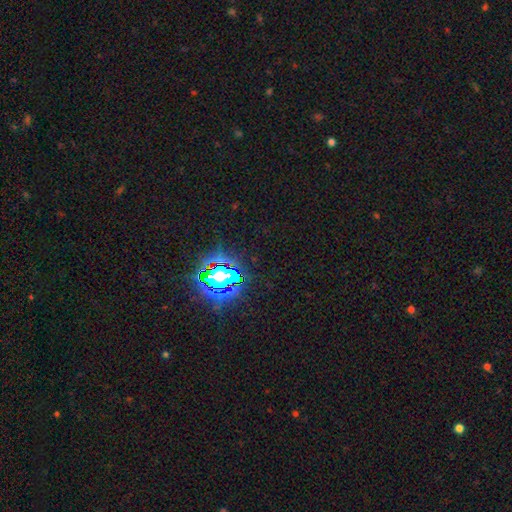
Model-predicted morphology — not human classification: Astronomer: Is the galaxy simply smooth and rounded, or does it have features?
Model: star or artifact — 80%.